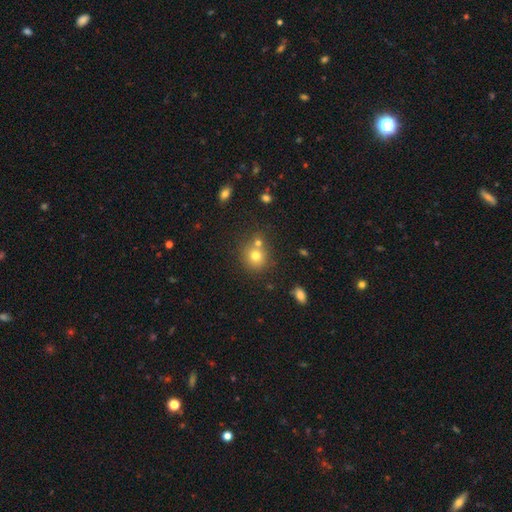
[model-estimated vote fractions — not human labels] smooth_or_featured: smooth (p=0.74) [alt: star or artifact p=0.14]
how_rounded: round (p=0.85) [alt: in between p=0.14]
merging: none (p=0.60) [alt: merger p=0.27]